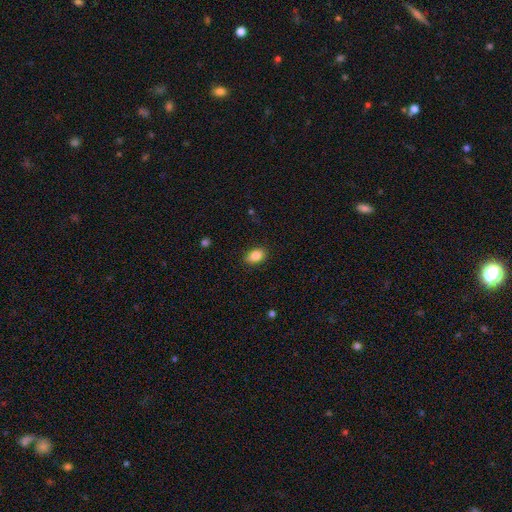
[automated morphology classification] smooth_or_featured: smooth (p=0.85) [alt: star or artifact p=0.09]
how_rounded: in between (p=0.85) [alt: round p=0.13]
merging: none (p=0.86) [alt: minor disturbance p=0.11]